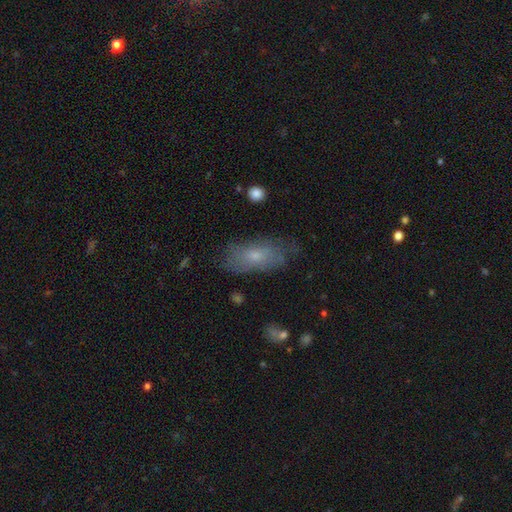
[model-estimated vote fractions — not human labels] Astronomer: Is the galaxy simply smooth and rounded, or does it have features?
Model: smooth — 60%.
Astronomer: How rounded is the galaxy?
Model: in between — 84%.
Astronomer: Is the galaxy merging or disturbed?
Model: none — 68%.